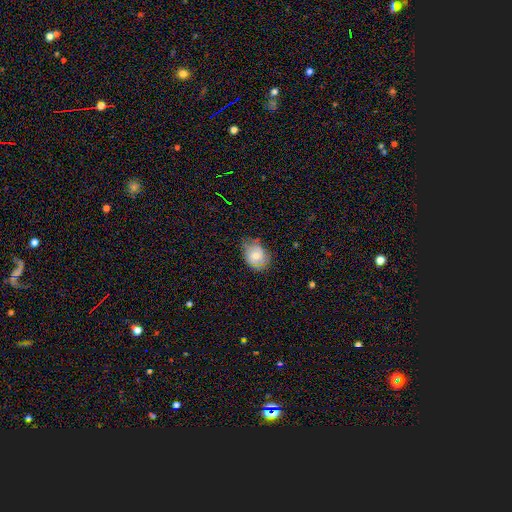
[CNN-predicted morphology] Q: Smooth or featured?
A: smooth (64%); runner-up: featured or disk (27%)
Q: How rounded?
A: in between (57%); runner-up: round (42%)
Q: Merging?
A: none (65%); runner-up: minor disturbance (28%)